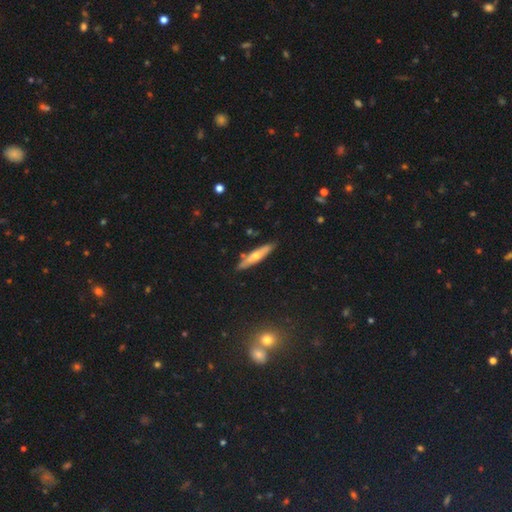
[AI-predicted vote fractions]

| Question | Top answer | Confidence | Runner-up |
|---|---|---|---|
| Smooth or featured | featured or disk | 47% | smooth (45%) |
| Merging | none | 85% | minor disturbance (11%) |